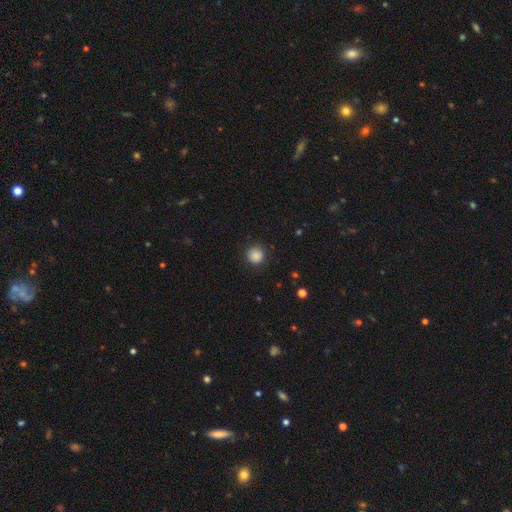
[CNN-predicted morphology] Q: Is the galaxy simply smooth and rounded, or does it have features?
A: smooth — 87%.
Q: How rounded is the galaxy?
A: round — 94%.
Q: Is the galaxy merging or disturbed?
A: none — 89%.